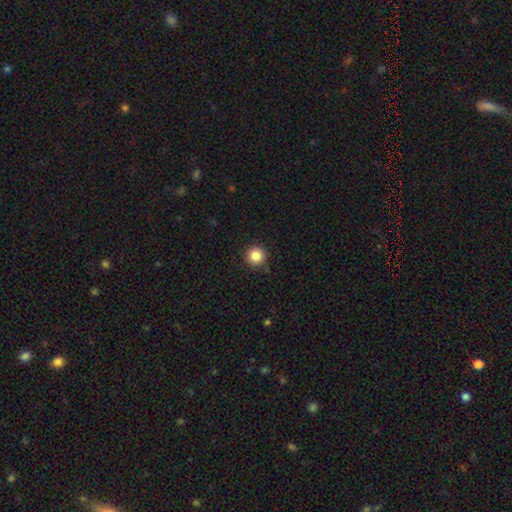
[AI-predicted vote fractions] A smooth galaxy with no disk features (85%) that is round (96%).

Vote fractions:
- Smooth or featured? smooth: 85% / star or artifact: 10% / featured or disk: 4%
- How rounded? round: 96% / in between: 3% / cigar-shaped: 1%
- Merging? none: 91% / minor disturbance: 6% / major disturbance: 2% / merger: 1%